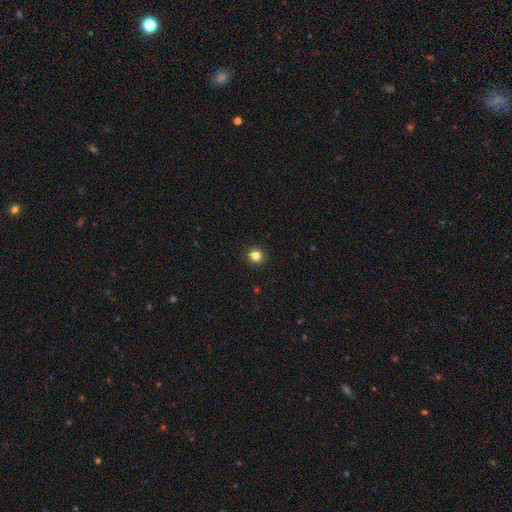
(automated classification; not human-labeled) Overall: smooth (84%). How rounded: round (94%). Merging: none (93%).